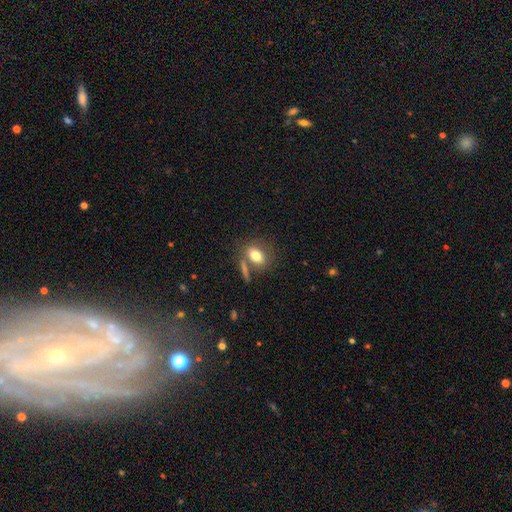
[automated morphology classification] Smooth or featured: smooth — 76% (featured or disk — 15%)
How rounded: in between — 73% (round — 23%)
Merging: none — 62% (merger — 17%)